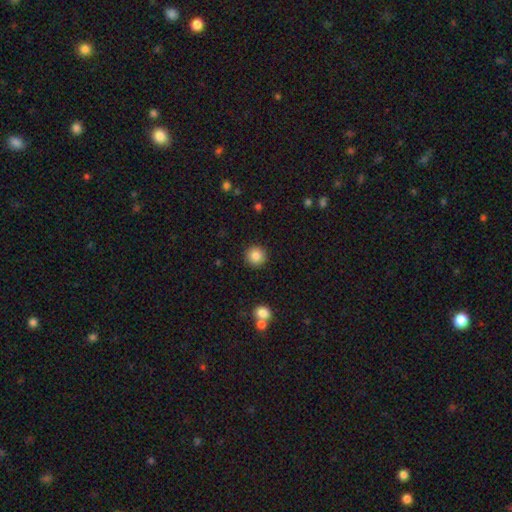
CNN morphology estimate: A smooth galaxy with no disk features (85%) that is round (94%).

Vote fractions:
- Smooth or featured? smooth: 85% / star or artifact: 10% / featured or disk: 5%
- How rounded? round: 94% / in between: 5% / cigar-shaped: 1%
- Merging? none: 91% / minor disturbance: 5% / major disturbance: 2% / merger: 2%